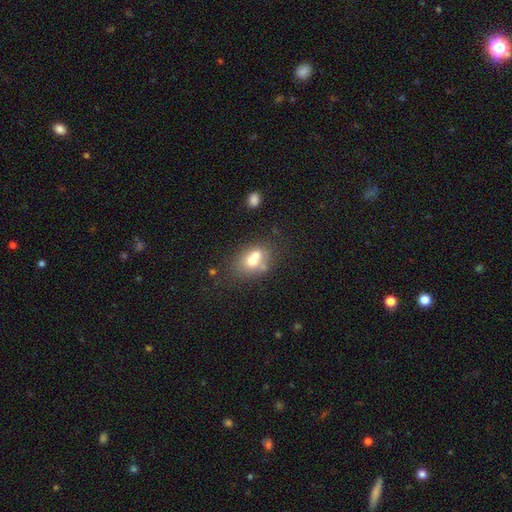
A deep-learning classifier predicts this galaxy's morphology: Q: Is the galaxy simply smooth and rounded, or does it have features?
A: smooth — 62%.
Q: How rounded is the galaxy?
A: in between — 53%.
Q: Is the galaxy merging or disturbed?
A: merger — 52%.